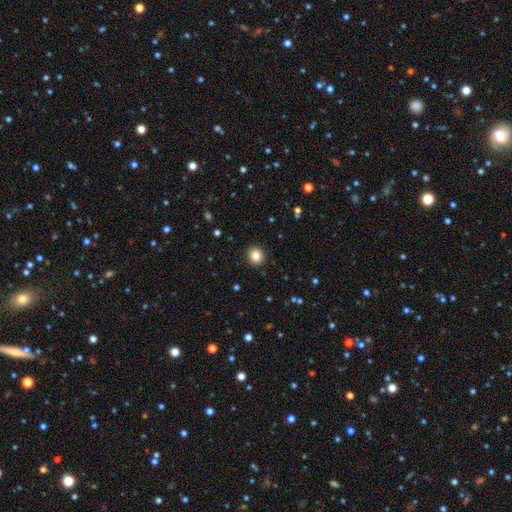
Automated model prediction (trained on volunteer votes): Morphology: type=smooth (84%); roundness=round (91%); merging=none (92%).